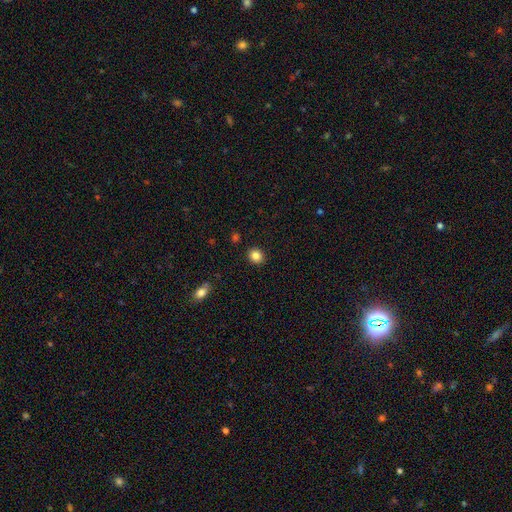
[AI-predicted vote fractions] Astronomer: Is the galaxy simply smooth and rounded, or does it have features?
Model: smooth — 84%.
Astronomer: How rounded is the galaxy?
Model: round — 82%.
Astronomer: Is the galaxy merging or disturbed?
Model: none — 91%.